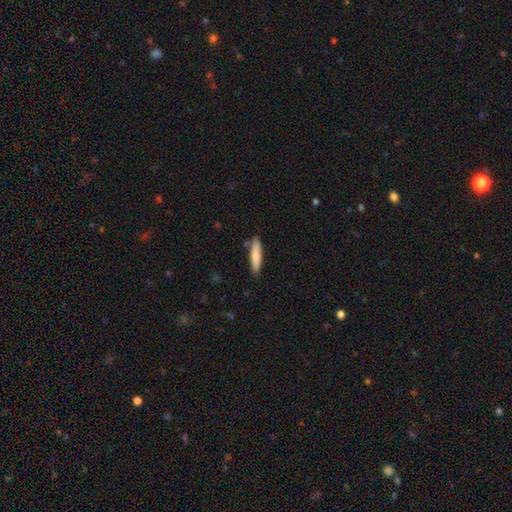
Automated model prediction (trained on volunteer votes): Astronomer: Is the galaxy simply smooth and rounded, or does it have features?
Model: smooth — 78%.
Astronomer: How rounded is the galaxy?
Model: cigar-shaped — 82%.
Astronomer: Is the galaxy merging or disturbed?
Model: none — 84%.